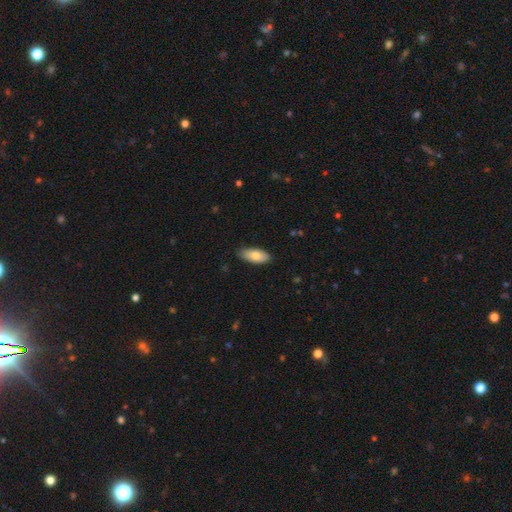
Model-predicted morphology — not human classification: smooth_or_featured: smooth (p=0.79) [alt: featured or disk p=0.15]
how_rounded: in between (p=0.87) [alt: cigar-shaped p=0.10]
merging: none (p=0.83) [alt: minor disturbance p=0.14]